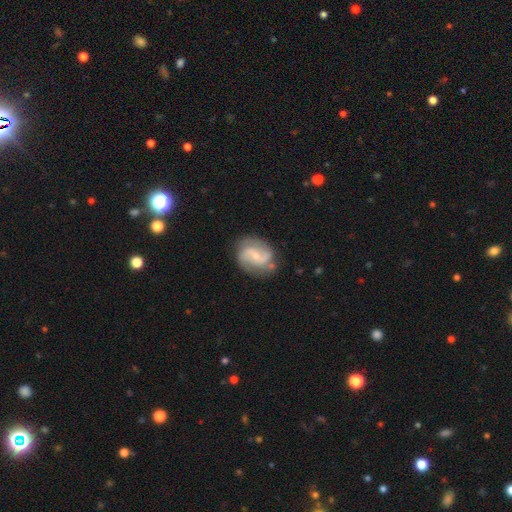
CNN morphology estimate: Smooth or featured? Predicted: featured or disk (p=0.81). Edge-on disk? Predicted: no (p=0.98). Bar? Predicted: weak (p=0.47). Spiral arms? Predicted: yes (p=0.95). Spiral winding? Predicted: medium (p=0.47). Spiral arm count? Predicted: 2 (p=0.87). Bulge size? Predicted: small (p=0.67). Merging? Predicted: none (p=0.76).